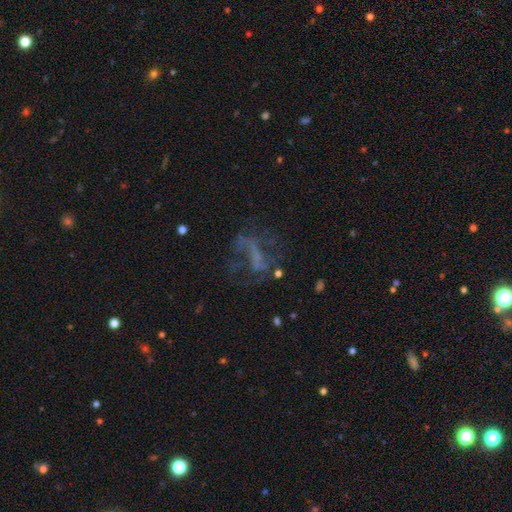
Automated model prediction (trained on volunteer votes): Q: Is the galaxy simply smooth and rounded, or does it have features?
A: featured or disk — 52%.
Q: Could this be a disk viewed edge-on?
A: no — 94%.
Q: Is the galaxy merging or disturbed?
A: none — 41%.